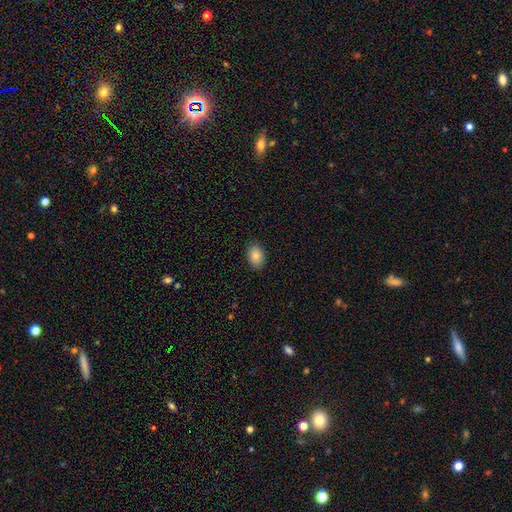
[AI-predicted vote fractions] Q: Smooth or featured?
A: smooth (84%); runner-up: featured or disk (8%)
Q: How rounded?
A: in between (83%); runner-up: round (16%)
Q: Merging?
A: none (88%); runner-up: minor disturbance (9%)